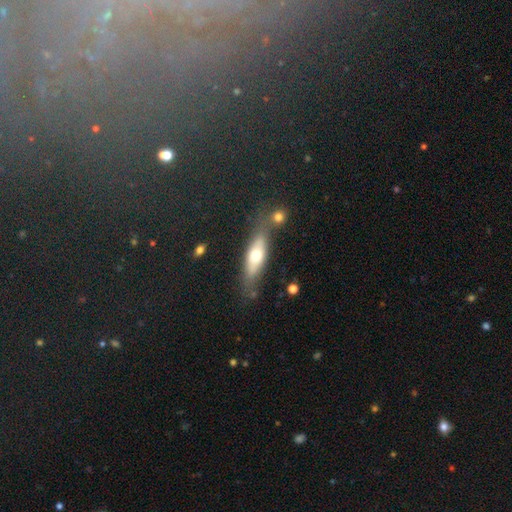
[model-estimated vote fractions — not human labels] Smooth or featured?
  - smooth: 59% *
  - featured or disk: 34%
  - star or artifact: 7%
How rounded?
  - cigar-shaped: 50% *
  - in between: 48%
  - round: 3%
Merging?
  - none: 63% *
  - minor disturbance: 18%
  - merger: 13%
  - major disturbance: 6%